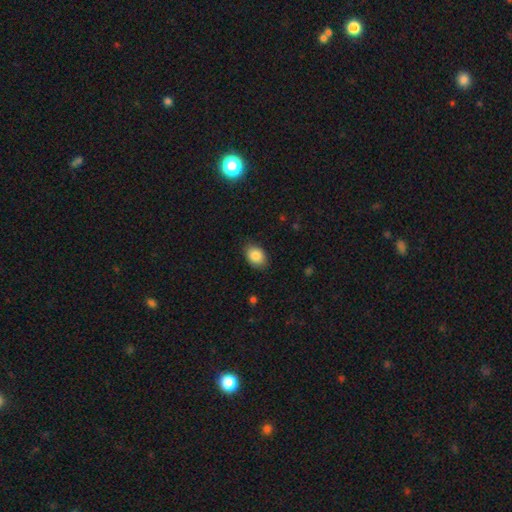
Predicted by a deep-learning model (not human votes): Smooth or featured? smooth (86%)
How rounded? in between (75%)
Merging? none (83%)